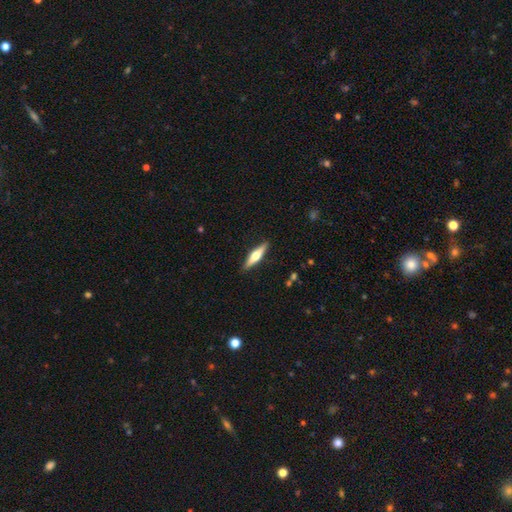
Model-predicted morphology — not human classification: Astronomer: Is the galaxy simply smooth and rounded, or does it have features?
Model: featured or disk — 51% (runner-up: smooth, 43%).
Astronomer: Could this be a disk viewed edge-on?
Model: yes — 95%.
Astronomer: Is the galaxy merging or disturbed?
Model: none — 90%.